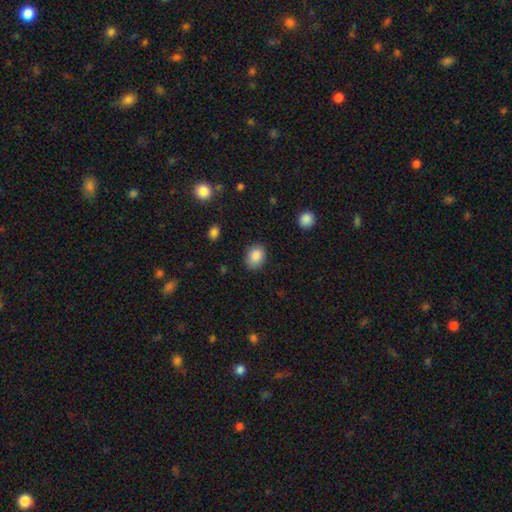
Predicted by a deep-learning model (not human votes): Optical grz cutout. It shows a smooth galaxy with no disk features (87%) that is in between round and cigar-shaped (56%). Merging: none (85%).